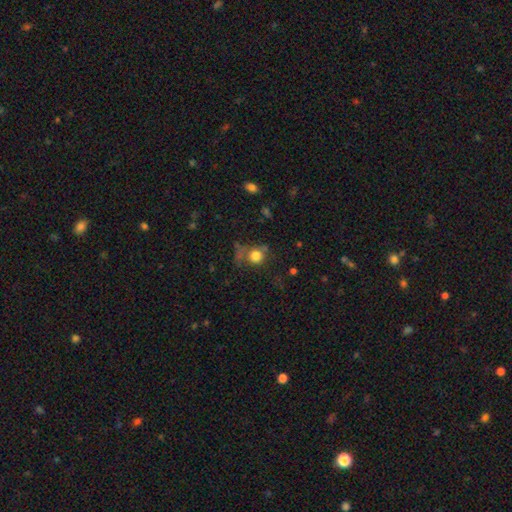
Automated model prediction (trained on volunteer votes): This appears to be a smooth galaxy with no disk features (78%) that is round (87%). Merging: none (57%).